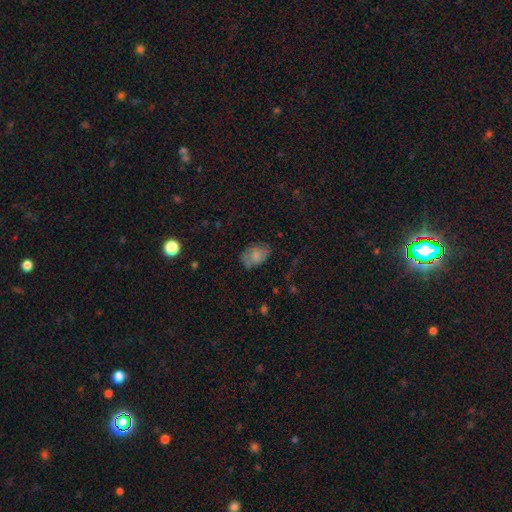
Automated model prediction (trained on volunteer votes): This is likely a smooth galaxy (70%). How rounded: clearly in between (82%). Merging: likely none (61%).